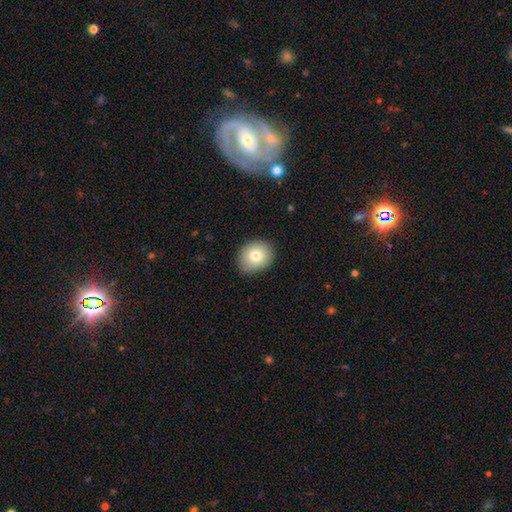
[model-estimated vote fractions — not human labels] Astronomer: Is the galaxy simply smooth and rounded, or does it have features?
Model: smooth — 78%.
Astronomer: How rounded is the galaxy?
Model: round — 59% (runner-up: in between, 40%).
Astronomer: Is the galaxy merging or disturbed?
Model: none — 85%.